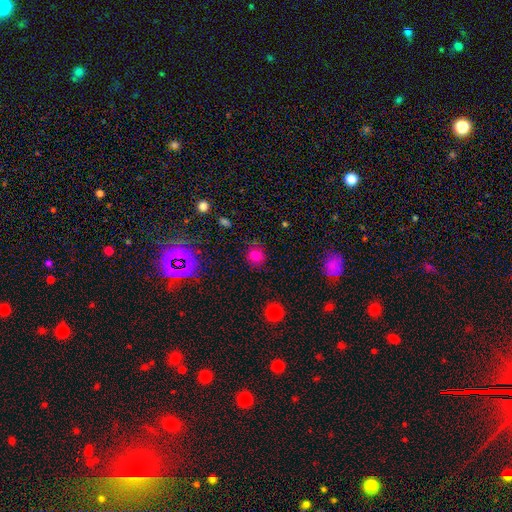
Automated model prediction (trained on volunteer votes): Smooth or featured? Predicted: smooth (p=0.75). How rounded? Predicted: round (p=0.69). Merging? Predicted: none (p=0.80).